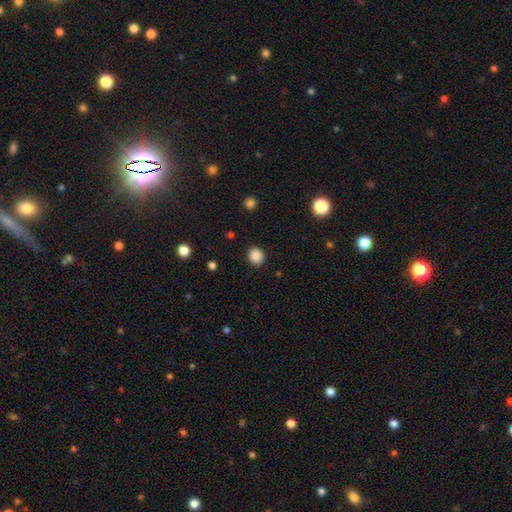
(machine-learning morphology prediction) Smooth or featured? Predicted: smooth (p=0.87). How rounded? Predicted: round (p=0.80). Merging? Predicted: none (p=0.89).